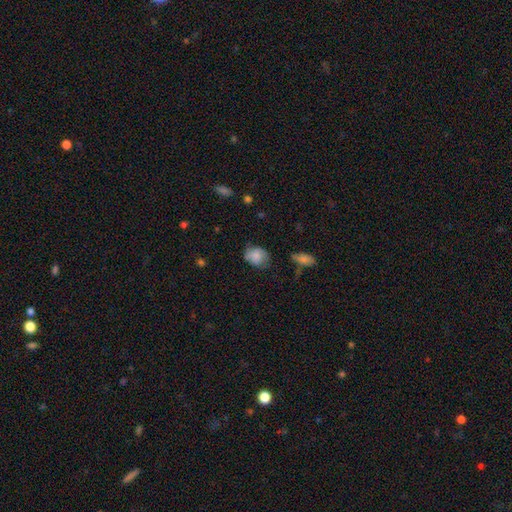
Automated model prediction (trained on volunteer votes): smooth_or_featured: smooth (p=0.74) [alt: featured or disk p=0.18]
how_rounded: in between (p=0.50) [alt: round p=0.49]
merging: none (p=0.58) [alt: minor disturbance p=0.30]